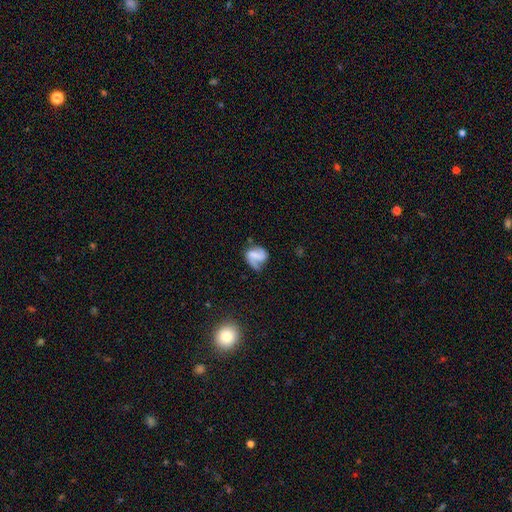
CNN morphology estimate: A featured or disk galaxy (58%) with a weak bar (37%), spiral arms (82%) and no central bulge (53%). Merging: none (46%).